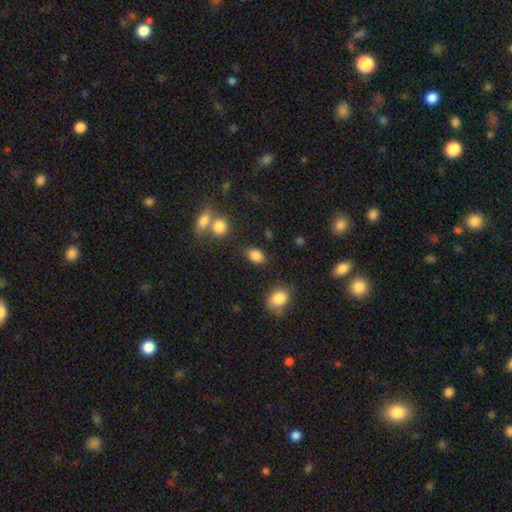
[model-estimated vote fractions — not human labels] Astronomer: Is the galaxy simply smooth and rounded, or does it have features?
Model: smooth — 85%.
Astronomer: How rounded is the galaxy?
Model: in between — 81%.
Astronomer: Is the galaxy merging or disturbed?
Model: none — 79%.